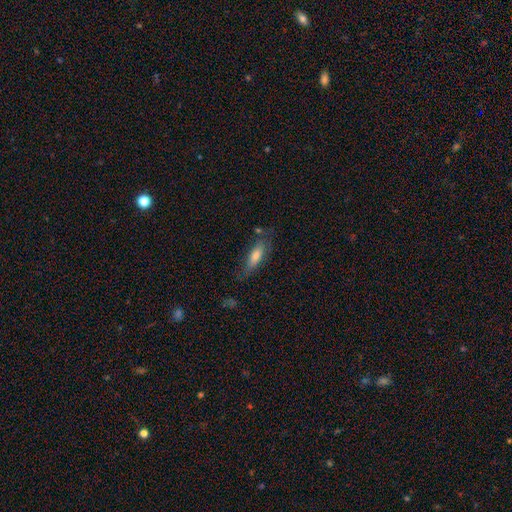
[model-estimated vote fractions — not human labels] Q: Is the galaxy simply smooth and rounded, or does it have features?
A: smooth — 66%.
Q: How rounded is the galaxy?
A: in between — 50%.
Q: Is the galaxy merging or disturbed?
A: none — 63%.